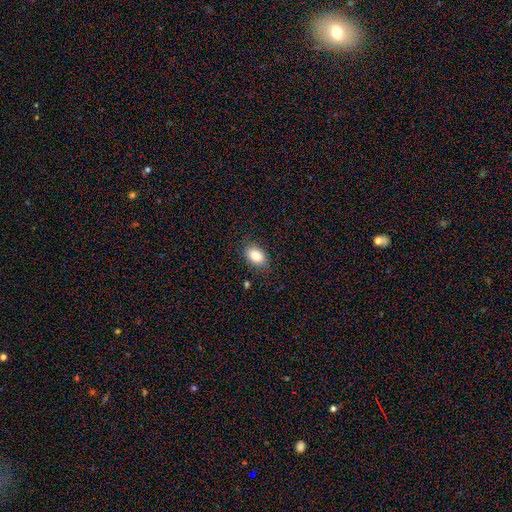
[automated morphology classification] Smooth or featured? Predicted: smooth (p=0.84). How rounded? Predicted: in between (p=0.86). Merging? Predicted: none (p=0.82).